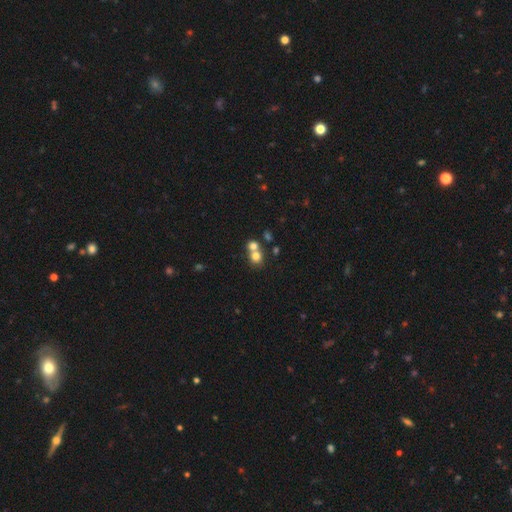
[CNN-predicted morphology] Smooth or featured? smooth (75%)
How rounded? round (82%)
Merging? merger (51%)